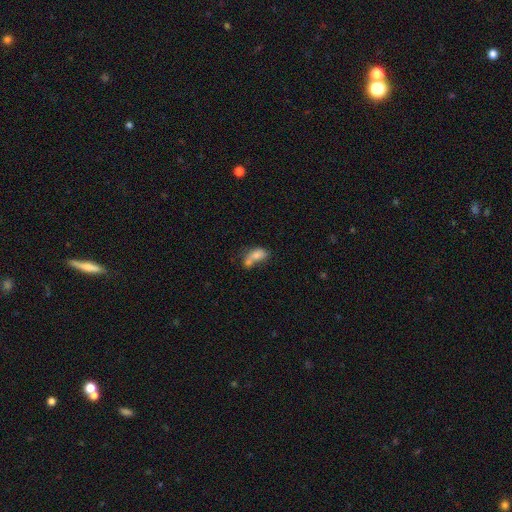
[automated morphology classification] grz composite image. It shows a smooth galaxy with no disk features (71%) that is in between round and cigar-shaped (83%). Merging: merger (55%).